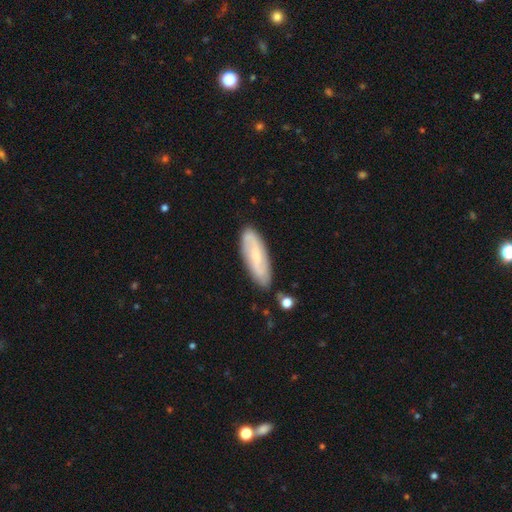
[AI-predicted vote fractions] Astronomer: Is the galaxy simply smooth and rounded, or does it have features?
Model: featured or disk — 50% (runner-up: smooth, 44%).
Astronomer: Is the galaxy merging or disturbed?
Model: none — 82%.